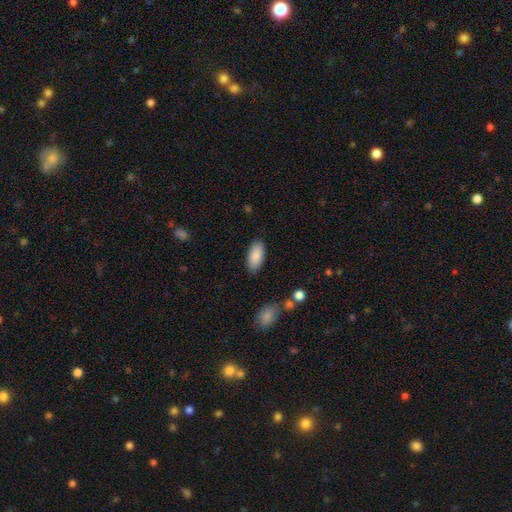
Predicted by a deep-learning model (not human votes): smooth-or-featured: smooth: 89% | star or artifact: 6% | featured or disk: 5%
  how-rounded: in between: 89% | cigar-shaped: 9% | round: 2%
  merging: none: 87% | minor disturbance: 9% | major disturbance: 2% | merger: 2%